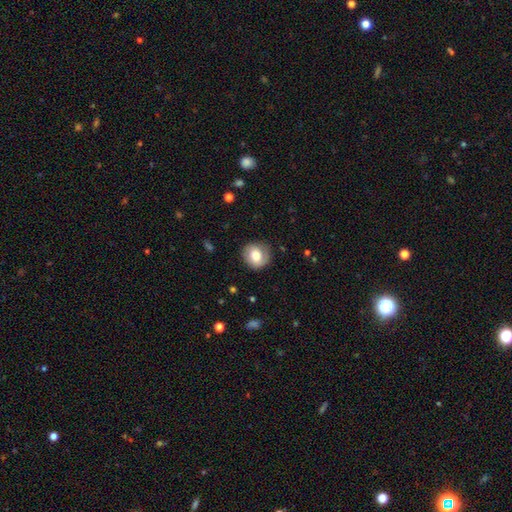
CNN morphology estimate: smooth_or_featured: smooth (p=0.70) [alt: featured or disk p=0.22]
how_rounded: round (p=0.84) [alt: in between p=0.15]
merging: none (p=0.80) [alt: minor disturbance p=0.15]